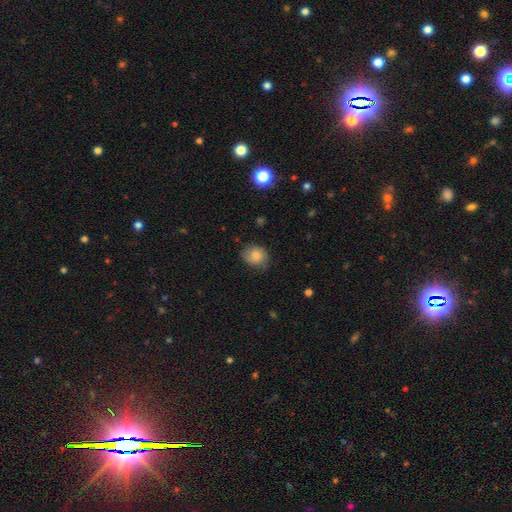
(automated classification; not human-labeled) smooth_or_featured: smooth (p=0.81) [alt: featured or disk p=0.10]
how_rounded: round (p=0.63) [alt: in between p=0.36]
merging: none (p=0.73) [alt: minor disturbance p=0.22]